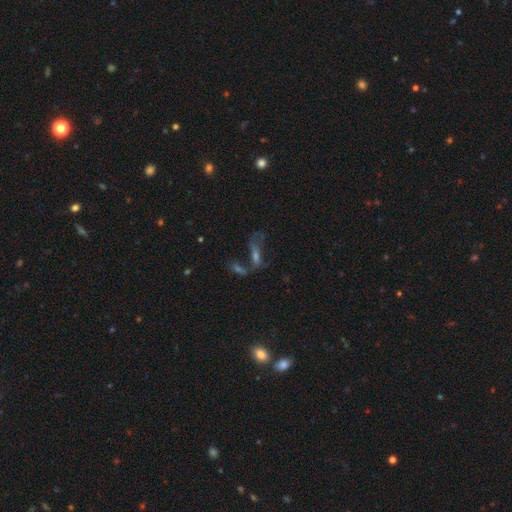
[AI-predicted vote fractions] featured or disk 44%, smooth 32%, star or artifact 24%. Down the decision tree: merging — merger (38%).